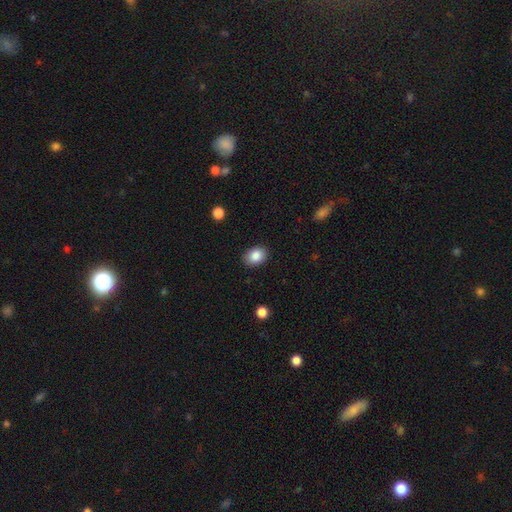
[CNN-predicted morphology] smooth 86%, star or artifact 8%, featured or disk 5%. Down the decision tree: how rounded — in between (68%); merging — none (87%).